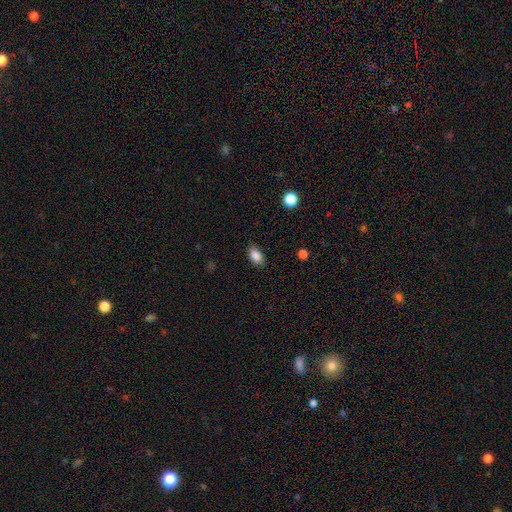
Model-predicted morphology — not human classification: A smooth galaxy with no disk features (87%) that is in between round and cigar-shaped (90%).

Vote fractions:
- Smooth or featured? smooth: 87% / star or artifact: 9% / featured or disk: 4%
- How rounded? in between: 90% / round: 7% / cigar-shaped: 2%
- Merging? none: 86% / minor disturbance: 11% / major disturbance: 3% / merger: 1%